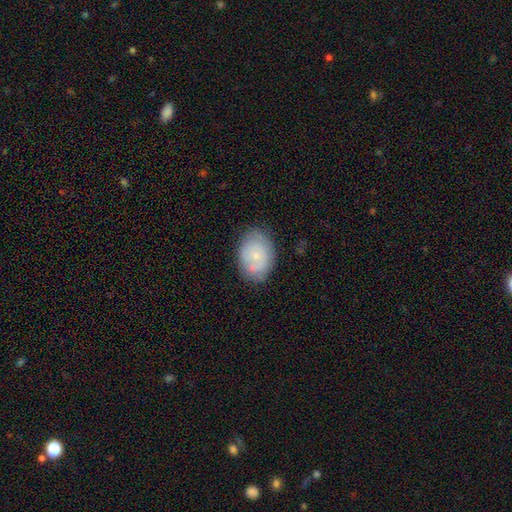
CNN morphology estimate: Smooth or featured: smooth — 60% (featured or disk — 33%)
How rounded: in between — 76% (round — 23%)
Merging: none — 74% (minor disturbance — 19%)